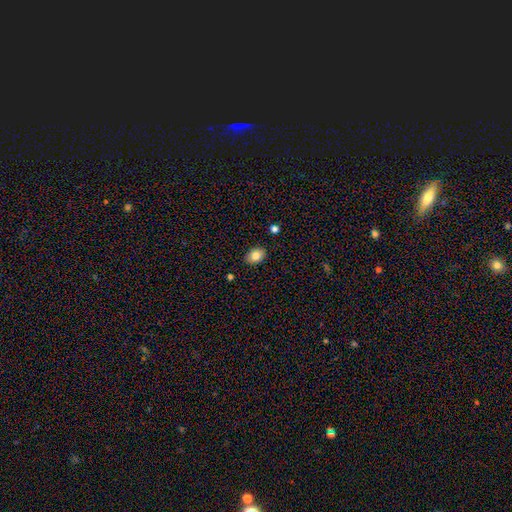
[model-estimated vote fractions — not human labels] Smooth or featured?
  - smooth: 82% *
  - featured or disk: 10%
  - star or artifact: 8%
How rounded?
  - in between: 76% *
  - round: 23%
  - cigar-shaped: 1%
Merging?
  - none: 87% *
  - minor disturbance: 10%
  - major disturbance: 2%
  - merger: 1%